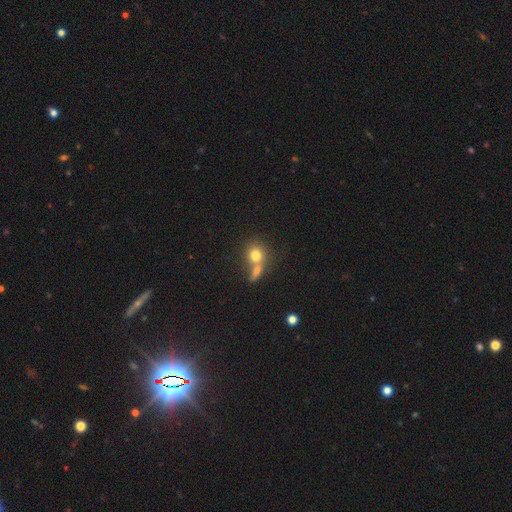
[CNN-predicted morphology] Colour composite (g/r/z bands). It shows a smooth galaxy with no disk features (76%) that is round (77%). Merging: merger (51%).